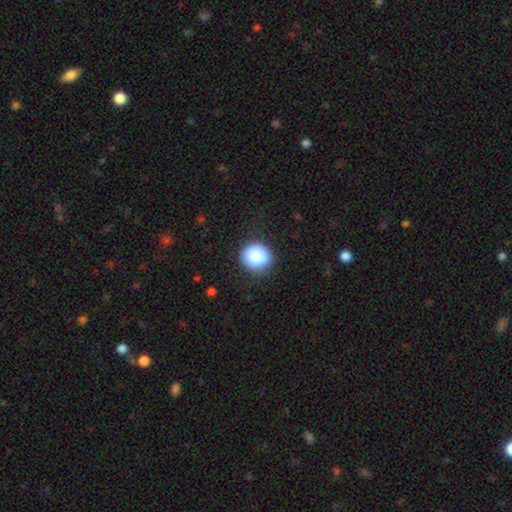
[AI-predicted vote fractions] This appears to be a smooth galaxy with no disk features (84%) that is round (89%). Merging: none (83%).